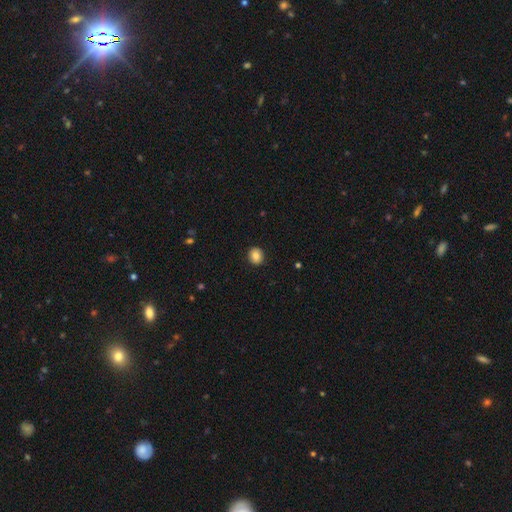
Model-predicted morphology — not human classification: This is clearly a smooth galaxy (83%). How rounded: clearly round (81%). Merging: clearly none (90%).